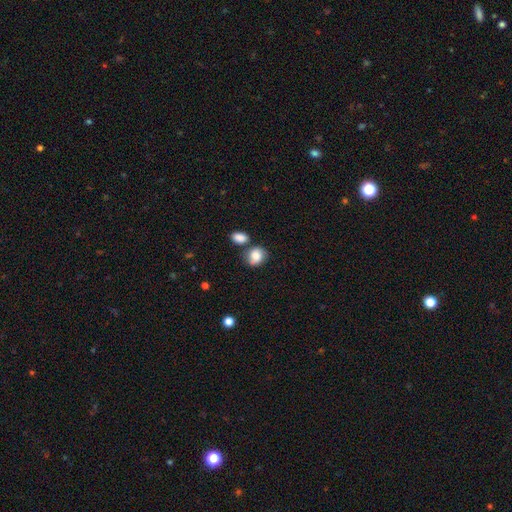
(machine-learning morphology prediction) smooth 78%, featured or disk 14%, star or artifact 8%. Down the decision tree: how rounded — round (54%); merging — none (51%).